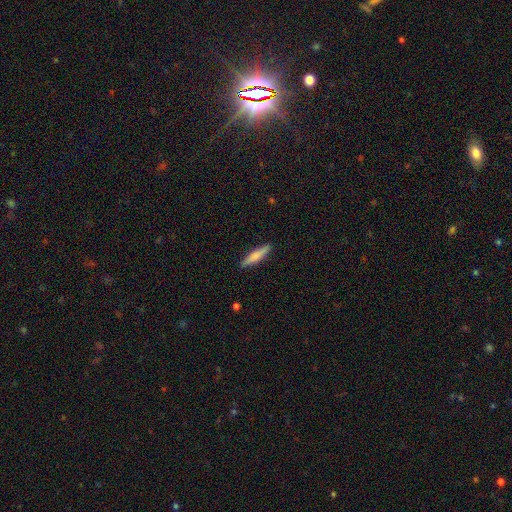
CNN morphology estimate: This is likely a smooth galaxy (68%). How rounded: clearly cigar-shaped (86%). Merging: clearly none (90%).